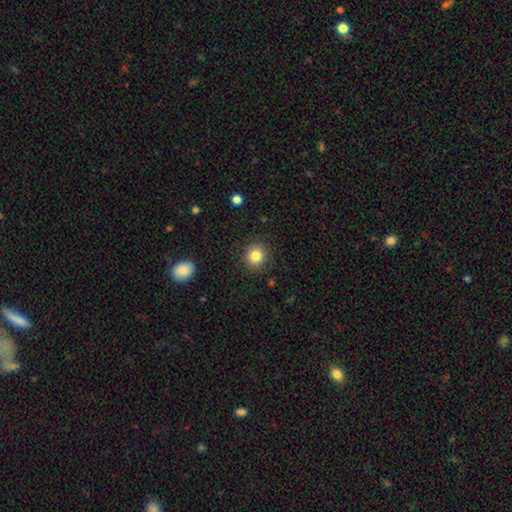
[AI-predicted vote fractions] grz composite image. It shows a smooth galaxy with no disk features (83%) that is round (88%). Merging: none (89%).